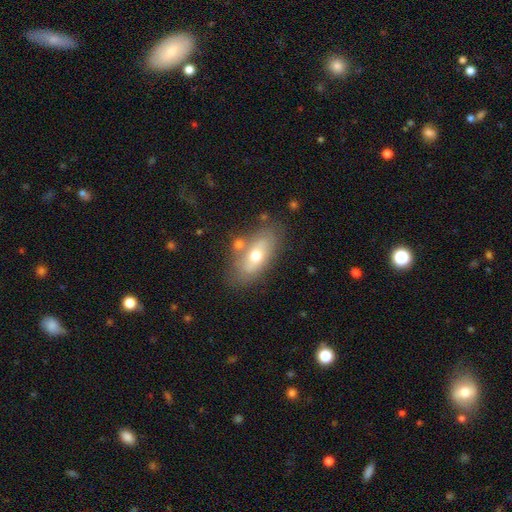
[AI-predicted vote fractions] This appears to be a smooth galaxy with no disk features (54%) that is in between round and cigar-shaped (85%). Merging: none (69%).